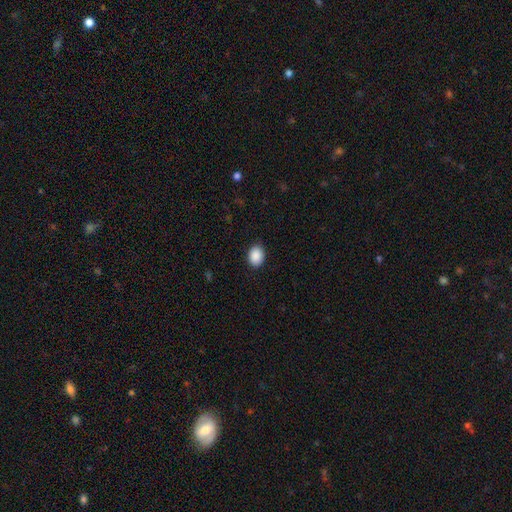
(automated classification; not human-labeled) This appears to be a smooth galaxy with no disk features (90%) that is in between round and cigar-shaped (66%). Merging: none (89%).